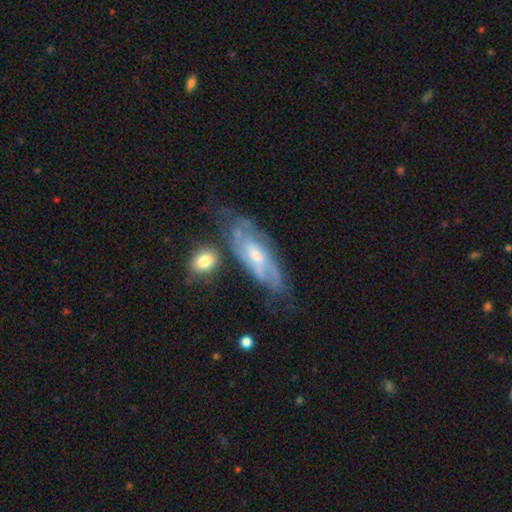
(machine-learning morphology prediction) A featured or disk galaxy (78%) with no bar (58%), tight (51%) spiral arms (88%) and a small central bulge (52%).

Vote fractions:
- Smooth or featured? featured or disk: 78% / smooth: 16% / star or artifact: 7%
- Edge-on disk? no: 85% / yes: 15%
- Bar? no: 58% / weak: 35% / strong: 8%
- Spiral arms? yes: 88% / no: 12%
- Spiral winding? tight: 51% / medium: 37% / loose: 12%
- Spiral arm count? can't tell: 47% / 2: 31% / 3: 12% / 4: 4% / 1: 3% / more than 4: 3%
- Bulge size? small: 52% / moderate: 42% / none: 2% / large: 2% / dominant: 1%
- Merging? none: 55% / minor disturbance: 23% / major disturbance: 11% / merger: 11%